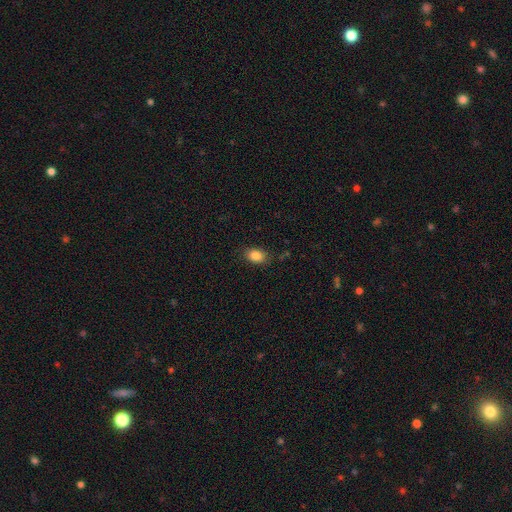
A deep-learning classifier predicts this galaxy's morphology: A smooth galaxy with no disk features (86%) that is in between round and cigar-shaped (75%). Merging: none (83%).